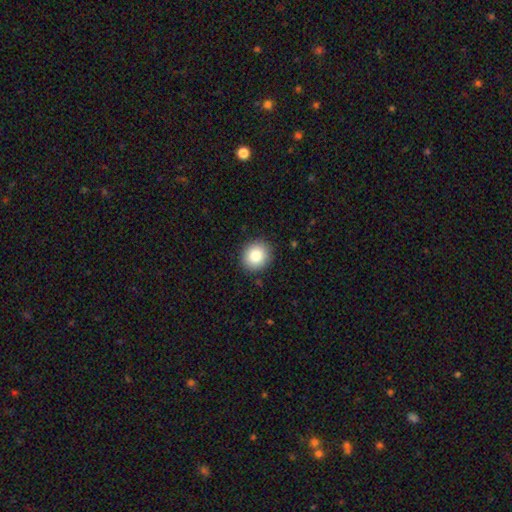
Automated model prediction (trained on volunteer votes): smooth-or-featured: smooth: 84% | star or artifact: 9% | featured or disk: 7%
  how-rounded: round: 76% | in between: 23% | cigar-shaped: 1%
  merging: none: 89% | minor disturbance: 7% | major disturbance: 2% | merger: 1%